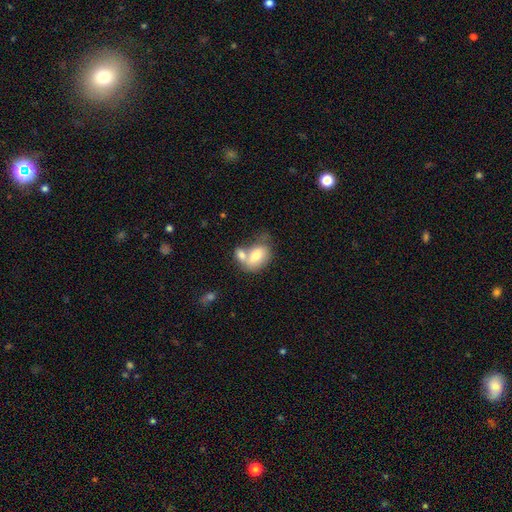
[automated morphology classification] smooth 71%, featured or disk 22%, star or artifact 7%. Down the decision tree: how rounded — in between (83%); merging — merger (58%).